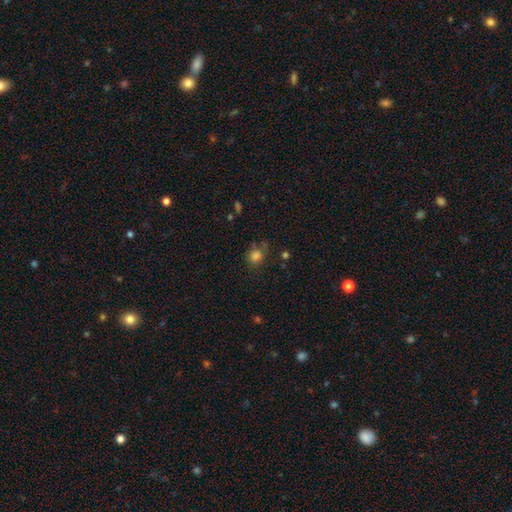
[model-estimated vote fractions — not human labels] Overall: smooth (80%). How rounded: round (63%; in between 36%). Merging: none (59%; minor disturbance 22%).